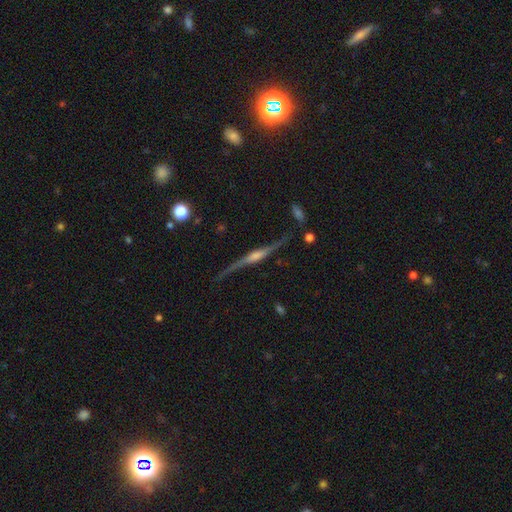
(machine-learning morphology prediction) A featured or disk galaxy (86%) viewed edge-on (95%) with a rounded central bulge (79%).

Vote fractions:
- Smooth or featured? featured or disk: 86% / smooth: 7% / star or artifact: 7%
- Edge-on disk? yes: 95% / no: 5%
- Edge-on bulge? rounded: 79% / boxy: 13% / none: 8%
- Merging? none: 78% / minor disturbance: 14% / major disturbance: 5% / merger: 3%